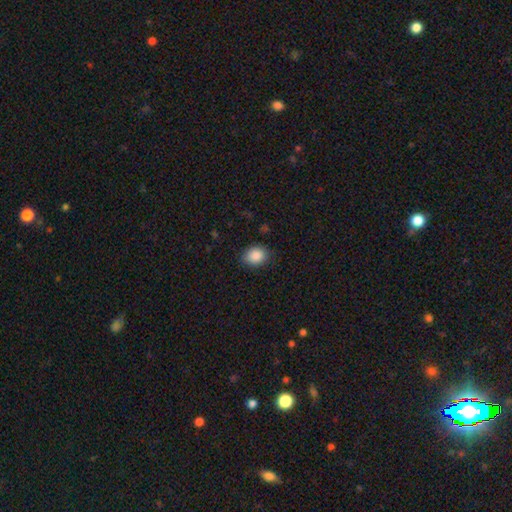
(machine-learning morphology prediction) smooth 88%, star or artifact 8%, featured or disk 4%. Down the decision tree: how rounded — in between (53%); merging — none (83%).